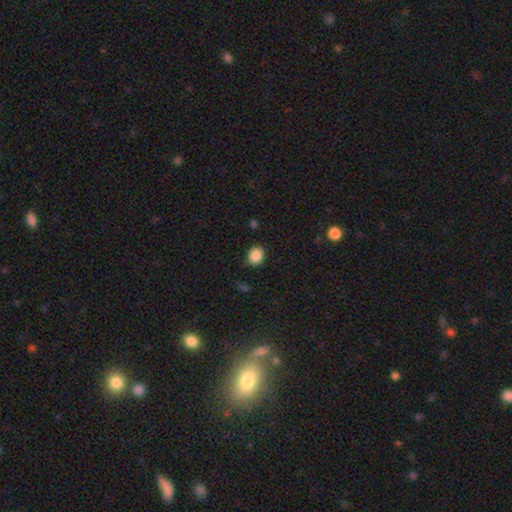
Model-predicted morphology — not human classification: This appears to be a smooth galaxy with no disk features (87%) that is round (65%). Merging: none (86%).